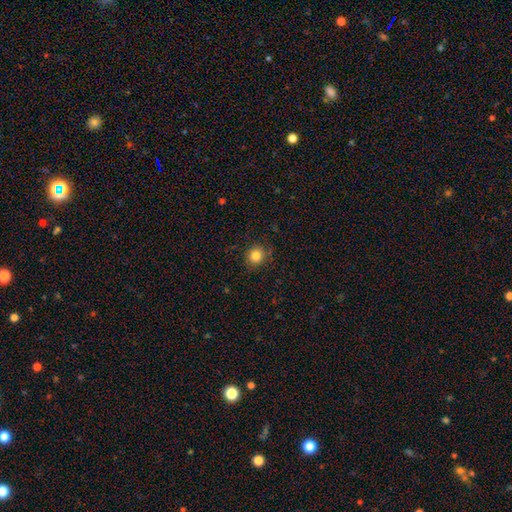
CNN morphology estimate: smooth_or_featured: smooth (p=0.84) [alt: star or artifact p=0.11]
how_rounded: round (p=0.85) [alt: in between p=0.14]
merging: none (p=0.86) [alt: minor disturbance p=0.10]